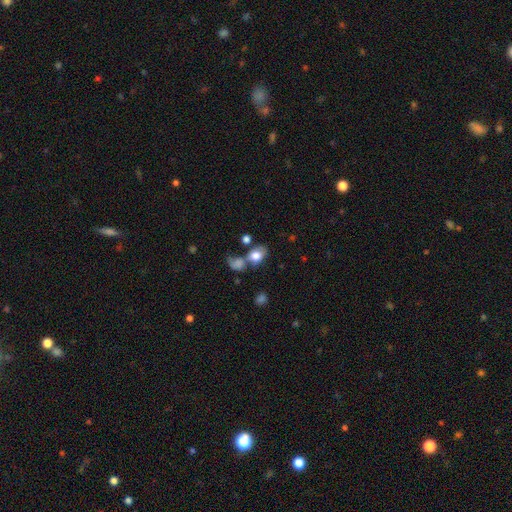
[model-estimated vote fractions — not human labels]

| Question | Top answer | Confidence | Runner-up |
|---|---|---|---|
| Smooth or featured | smooth | 76% | featured or disk (15%) |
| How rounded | in between | 69% | round (30%) |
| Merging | merger | 41% | none (32%) |